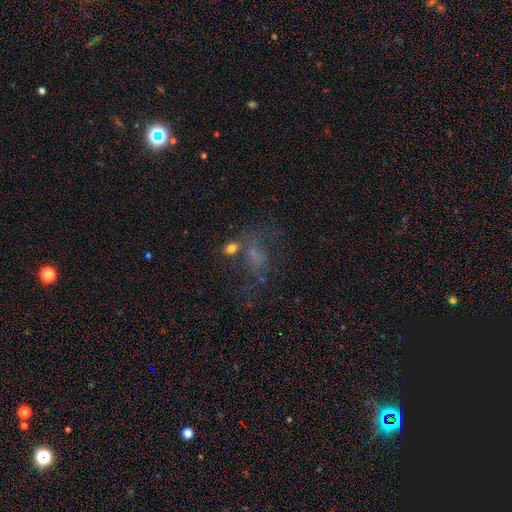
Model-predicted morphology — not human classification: Smooth or featured? Predicted: smooth (p=0.40). Merging? Predicted: none (p=0.40).